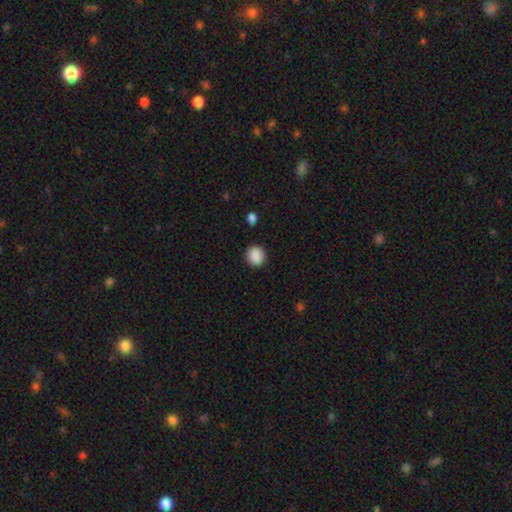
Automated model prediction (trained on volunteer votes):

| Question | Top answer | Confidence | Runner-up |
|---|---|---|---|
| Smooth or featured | smooth | 89% | star or artifact (9%) |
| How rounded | round | 85% | in between (14%) |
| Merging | none | 89% | minor disturbance (7%) |